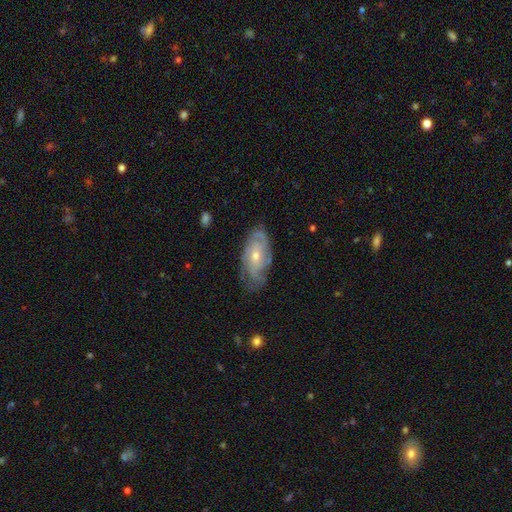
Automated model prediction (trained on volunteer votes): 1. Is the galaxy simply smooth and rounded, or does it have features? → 75% featured or disk, 19% smooth, 6% star or artifact.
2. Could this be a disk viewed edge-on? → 93% no, 7% yes.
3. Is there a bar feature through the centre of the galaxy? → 72% no, 24% weak, 4% strong.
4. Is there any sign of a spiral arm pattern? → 91% yes, 9% no.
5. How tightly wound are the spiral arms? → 60% tight, 32% medium, 9% loose.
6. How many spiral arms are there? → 40% can't tell, 22% 2, 19% 3, 10% 4, 4% 1, 4% more than 4.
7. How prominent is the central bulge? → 52% small, 45% moderate, 1% large, 1% none, 1% dominant.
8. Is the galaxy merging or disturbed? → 73% none, 21% minor disturbance, 6% major disturbance, 1% merger.